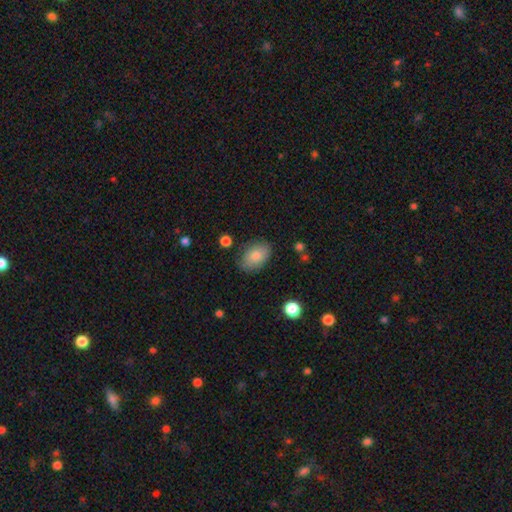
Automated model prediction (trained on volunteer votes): Overall: smooth (83%). How rounded: in between (88%). Merging: none (82%).